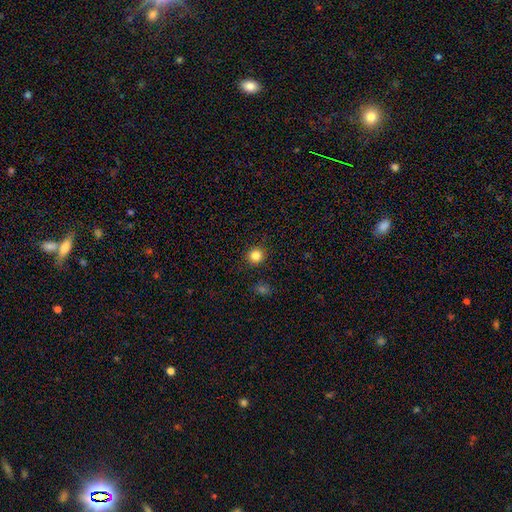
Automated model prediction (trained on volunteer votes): A smooth galaxy with no disk features (83%) that is round (90%). Merging: none (91%).